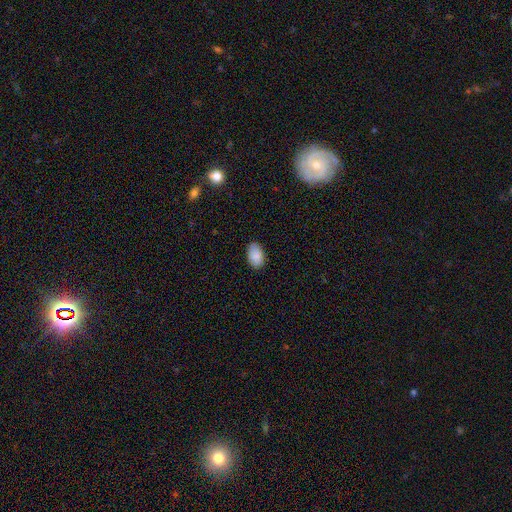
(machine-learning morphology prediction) smooth-or-featured: smooth: 88% | star or artifact: 7% | featured or disk: 6%
  how-rounded: in between: 91% | round: 7% | cigar-shaped: 1%
  merging: none: 84% | minor disturbance: 13% | major disturbance: 2% | merger: 1%